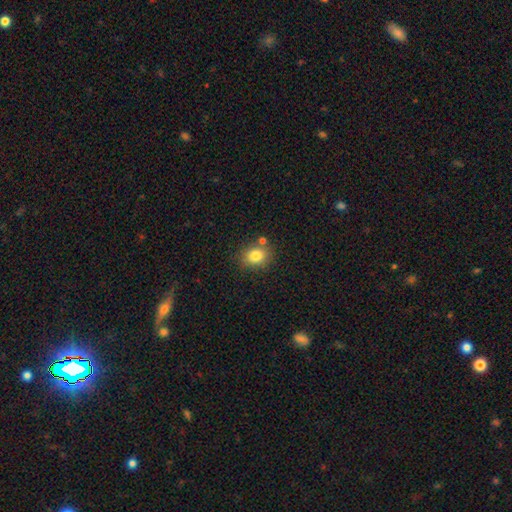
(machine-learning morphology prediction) Smooth or featured? smooth (82%)
How rounded? round (56%)
Merging? none (73%)